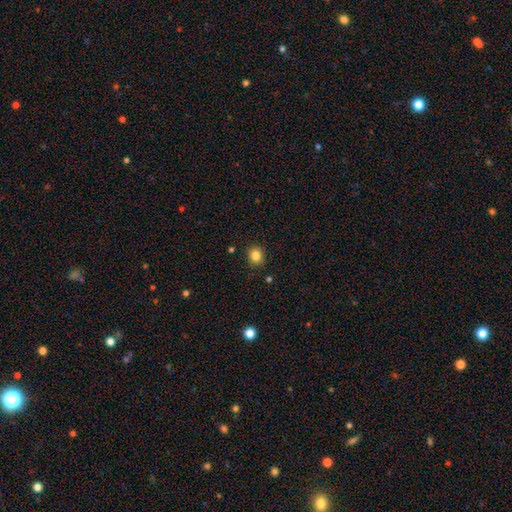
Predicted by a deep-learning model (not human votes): Q: Smooth or featured?
A: smooth (83%); runner-up: star or artifact (12%)
Q: How rounded?
A: round (79%); runner-up: in between (20%)
Q: Merging?
A: none (89%); runner-up: minor disturbance (8%)